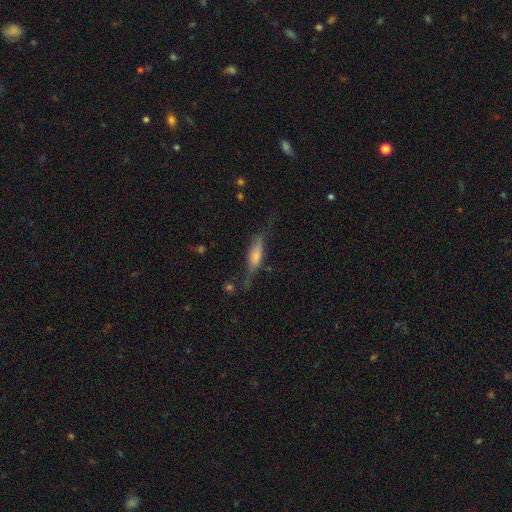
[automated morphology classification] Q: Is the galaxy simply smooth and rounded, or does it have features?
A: smooth — 48%.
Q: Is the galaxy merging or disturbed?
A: none — 55%.